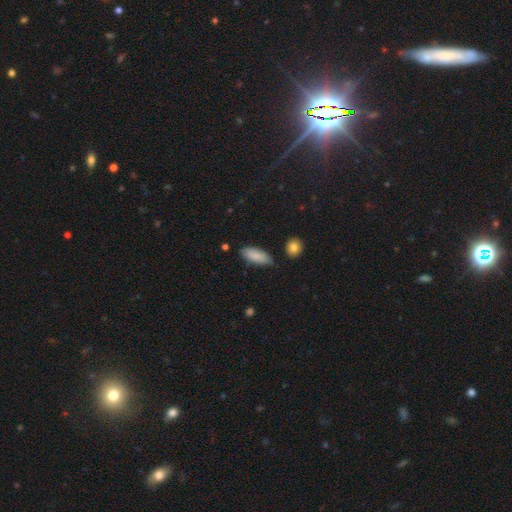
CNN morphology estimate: smooth 85%, featured or disk 9%, star or artifact 6%. Down the decision tree: how rounded — in between (80%); merging — none (77%).